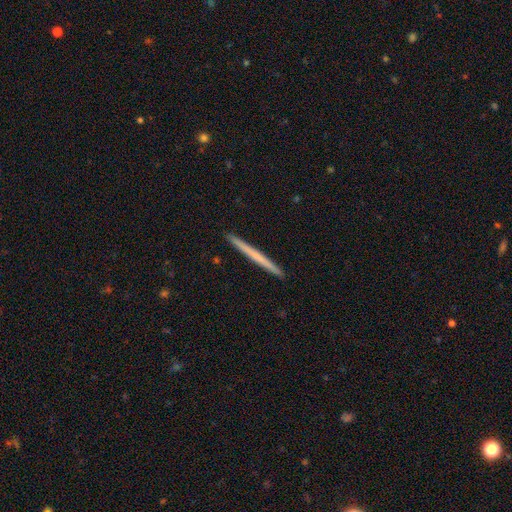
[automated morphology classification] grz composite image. It shows a smooth galaxy with no disk features (53%) that is cigar-shaped (97%). Merging: none (93%).